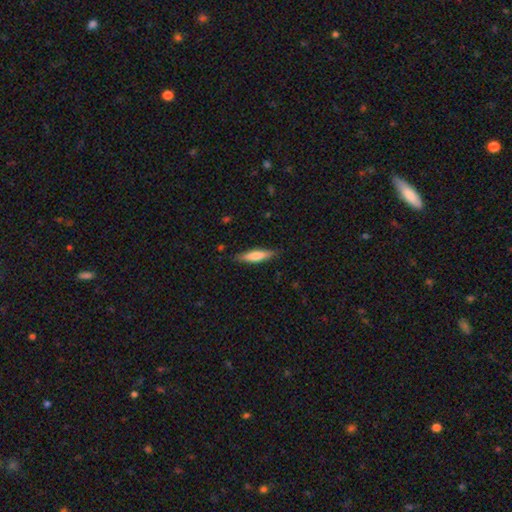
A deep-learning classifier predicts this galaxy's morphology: Overall: smooth (67%). How rounded: cigar-shaped (74%). Merging: none (86%).